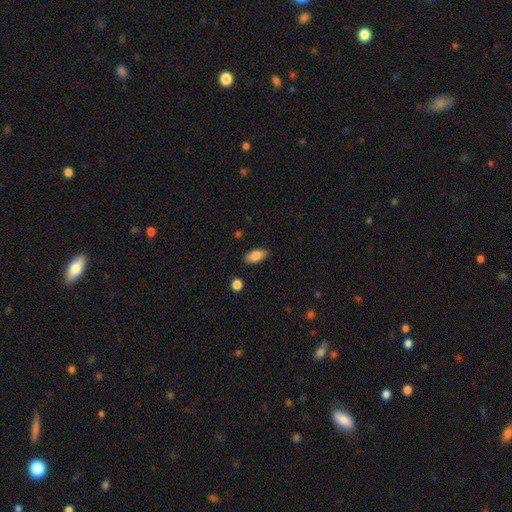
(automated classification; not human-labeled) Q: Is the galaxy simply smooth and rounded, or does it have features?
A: smooth — 86%.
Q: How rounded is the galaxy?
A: in between — 91%.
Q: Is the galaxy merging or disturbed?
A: none — 86%.